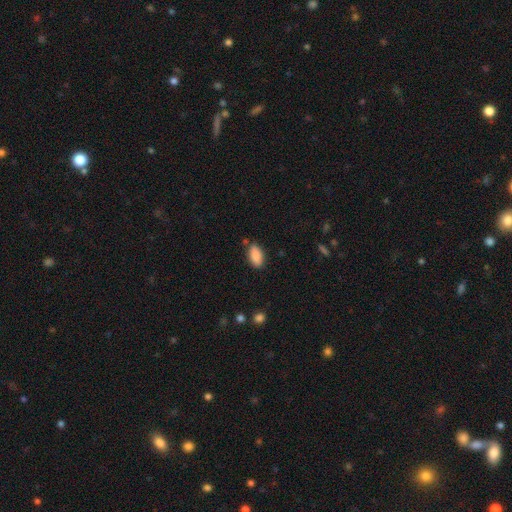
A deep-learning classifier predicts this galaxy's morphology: smooth-or-featured: smooth: 88% | star or artifact: 7% | featured or disk: 4%
  how-rounded: in between: 91% | cigar-shaped: 6% | round: 3%
  merging: none: 80% | minor disturbance: 14% | merger: 3% | major disturbance: 3%